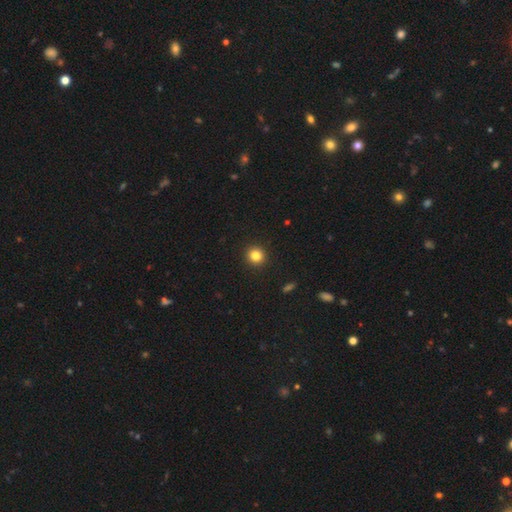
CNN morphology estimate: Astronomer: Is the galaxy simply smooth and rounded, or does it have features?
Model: smooth — 83%.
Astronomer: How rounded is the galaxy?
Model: round — 91%.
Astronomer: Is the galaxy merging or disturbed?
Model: none — 93%.